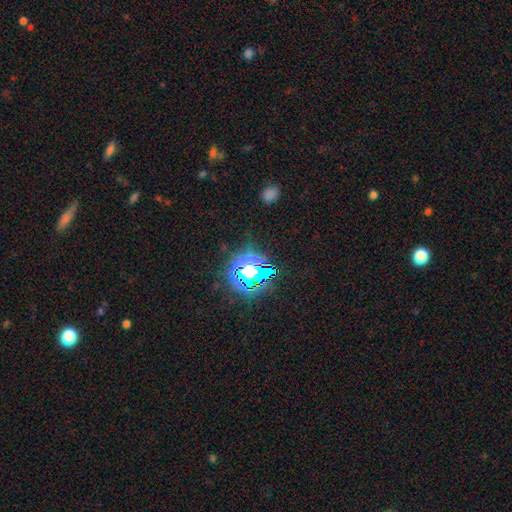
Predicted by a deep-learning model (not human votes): This appears to be a star or artifact, not a galaxy (75%).